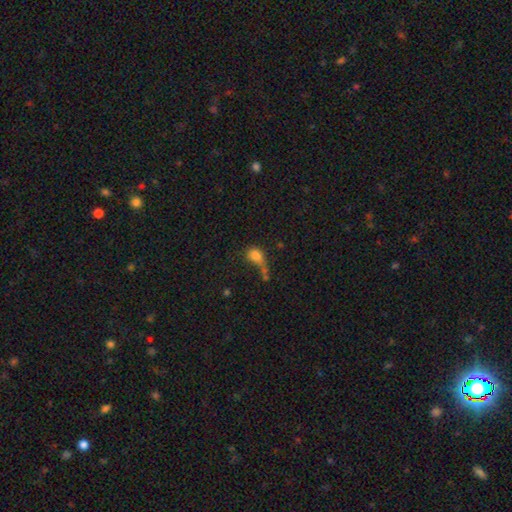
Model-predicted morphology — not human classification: This is likely a smooth galaxy (77%). How rounded: possibly in between (57%). Merging: marginally merger (28%).